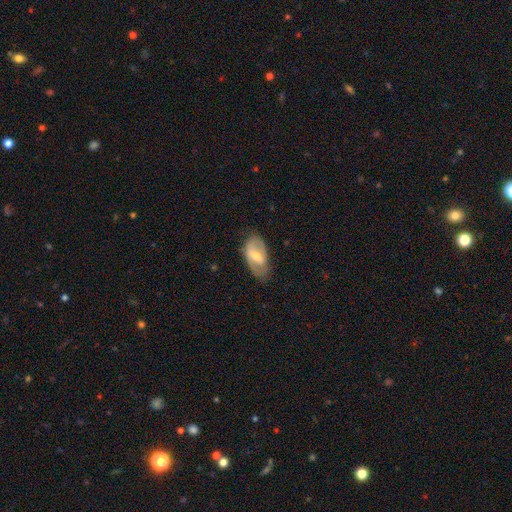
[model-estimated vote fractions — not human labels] A featured or disk galaxy (53%).

Vote fractions:
- Smooth or featured? featured or disk: 53% / smooth: 40% / star or artifact: 6%
- Edge-on disk? no: 92% / yes: 8%
- Merging? none: 68% / minor disturbance: 23% / major disturbance: 8% / merger: 1%